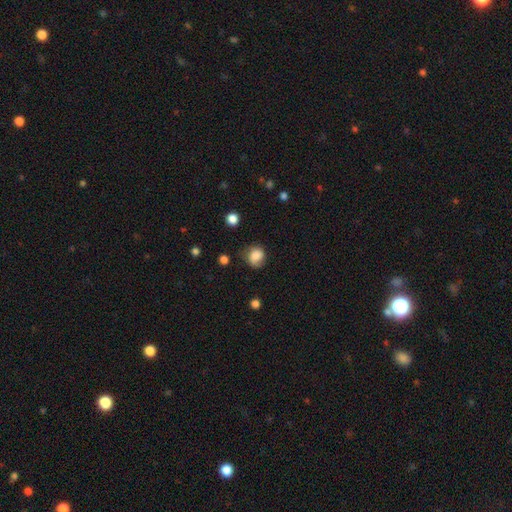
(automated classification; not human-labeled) smooth 80%, featured or disk 11%, star or artifact 9%. Down the decision tree: how rounded — round (72%); merging — none (61%).